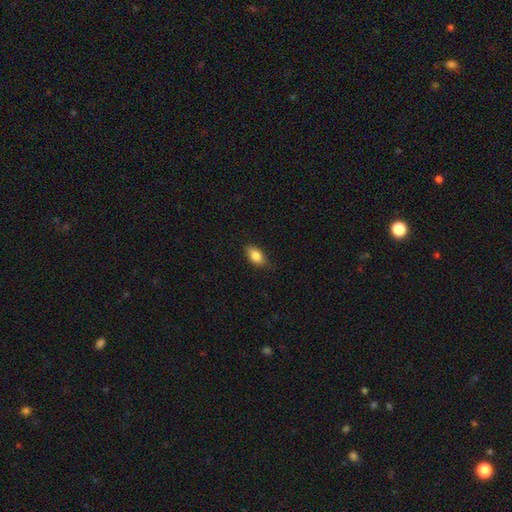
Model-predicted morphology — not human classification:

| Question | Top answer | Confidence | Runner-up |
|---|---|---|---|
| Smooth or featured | smooth | 84% | featured or disk (8%) |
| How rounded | in between | 88% | round (7%) |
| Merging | none | 80% | minor disturbance (16%) |